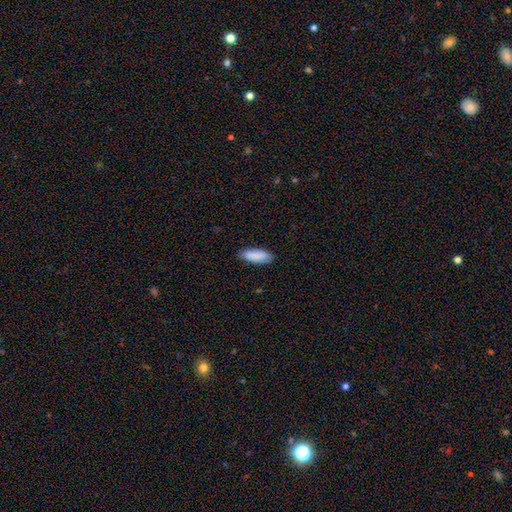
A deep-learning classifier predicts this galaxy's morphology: Smooth or featured? Predicted: smooth (p=0.88). How rounded? Predicted: in between (p=0.71). Merging? Predicted: none (p=0.84).